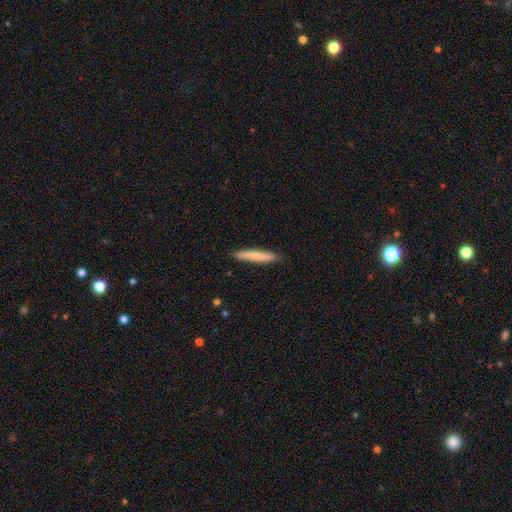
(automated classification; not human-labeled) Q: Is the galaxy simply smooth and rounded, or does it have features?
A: smooth — 73%.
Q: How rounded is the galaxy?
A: cigar-shaped — 95%.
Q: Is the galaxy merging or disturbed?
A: none — 88%.